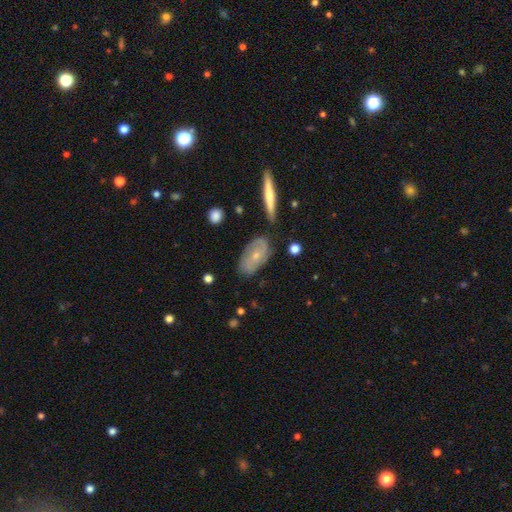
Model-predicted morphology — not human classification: Smooth or featured?
  - featured or disk: 63% *
  - smooth: 30%
  - star or artifact: 7%
Edge-on disk?
  - no: 87% *
  - yes: 13%
Bar?
  - no: 66% *
  - weak: 27%
  - strong: 7%
Spiral arms?
  - yes: 78% *
  - no: 22%
Bulge size?
  - small: 67% *
  - moderate: 29%
  - none: 2%
  - large: 1%
  - dominant: 1%
Merging?
  - none: 69% *
  - minor disturbance: 21%
  - major disturbance: 6%
  - merger: 4%